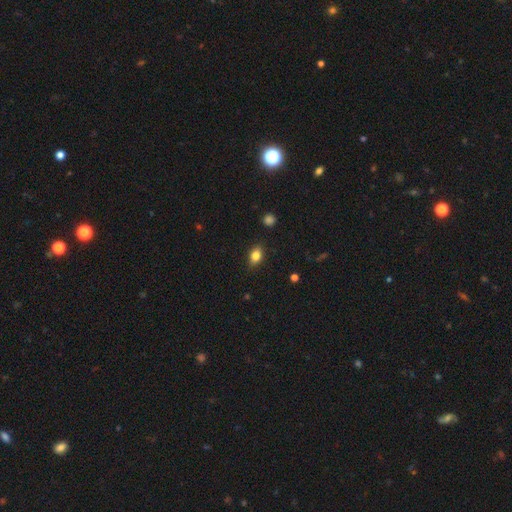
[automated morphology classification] A smooth galaxy with no disk features (78%) that is in between round and cigar-shaped (74%).

Vote fractions:
- Smooth or featured? smooth: 78% / featured or disk: 12% / star or artifact: 10%
- How rounded? in between: 74% / round: 22% / cigar-shaped: 4%
- Merging? none: 84% / minor disturbance: 12% / major disturbance: 2% / merger: 1%